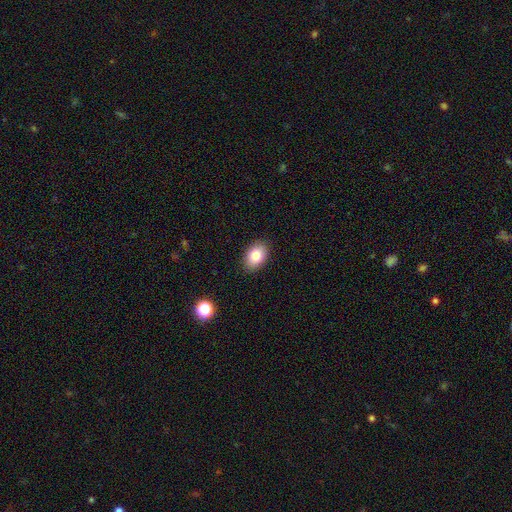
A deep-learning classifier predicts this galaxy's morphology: smooth-or-featured: smooth: 82% | featured or disk: 10% | star or artifact: 9%
  how-rounded: in between: 85% | round: 14% | cigar-shaped: 1%
  merging: none: 88% | minor disturbance: 9% | major disturbance: 2% | merger: 1%